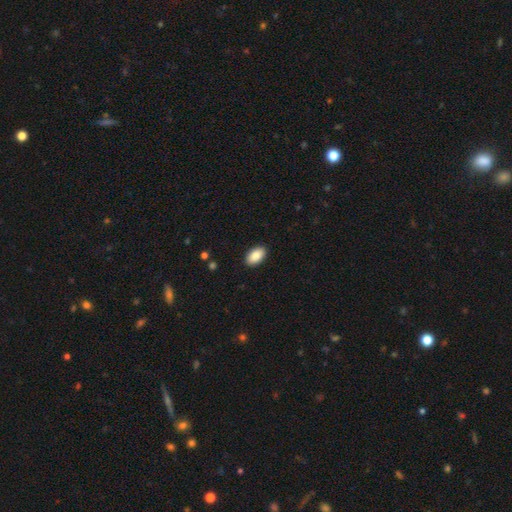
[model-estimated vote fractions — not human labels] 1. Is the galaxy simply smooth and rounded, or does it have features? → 86% smooth, 8% featured or disk, 7% star or artifact.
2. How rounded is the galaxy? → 94% in between, 4% round, 2% cigar-shaped.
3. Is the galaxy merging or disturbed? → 91% none, 7% minor disturbance, 2% major disturbance, 1% merger.